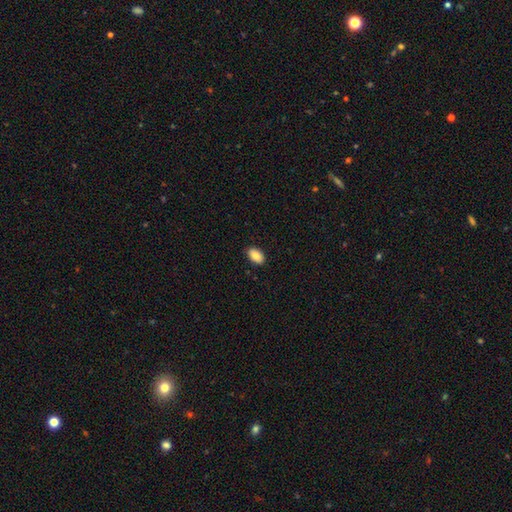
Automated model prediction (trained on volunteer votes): This is clearly a smooth galaxy (88%). How rounded: clearly in between (93%). Merging: clearly none (89%).